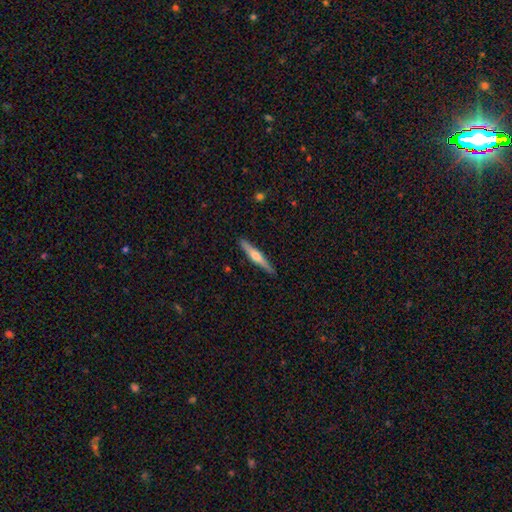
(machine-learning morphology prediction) The model was most divided on "smooth or featured": featured or disk: 59%, smooth: 36%, star or artifact: 5%. More confident: edge-on disk — yes (97%); merging — none (90%); edge-on bulge — rounded (88%).